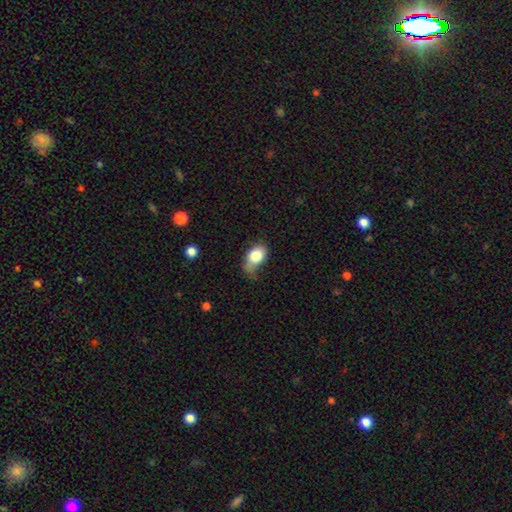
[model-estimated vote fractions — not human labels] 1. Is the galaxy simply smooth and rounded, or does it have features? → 81% smooth, 12% featured or disk, 8% star or artifact.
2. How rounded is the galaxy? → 84% in between, 14% round, 2% cigar-shaped.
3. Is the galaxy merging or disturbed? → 42% minor disturbance, 32% none, 22% major disturbance, 5% merger.